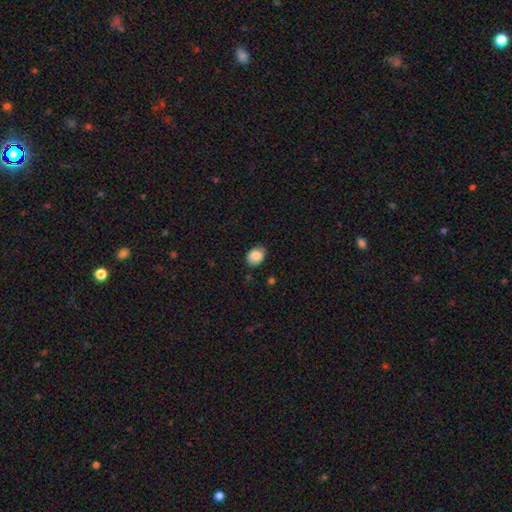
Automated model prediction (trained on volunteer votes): Smooth or featured? smooth (87%)
How rounded? in between (70%)
Merging? none (79%)